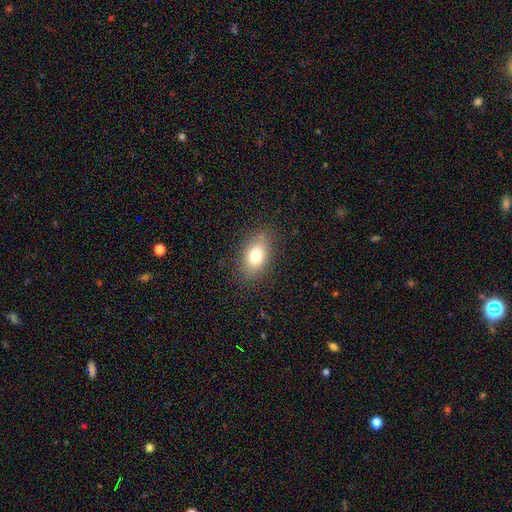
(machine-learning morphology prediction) The model was most divided on "smooth or featured": smooth: 77%, featured or disk: 14%, star or artifact: 10%. More confident: how rounded — in between (86%); merging — none (84%).